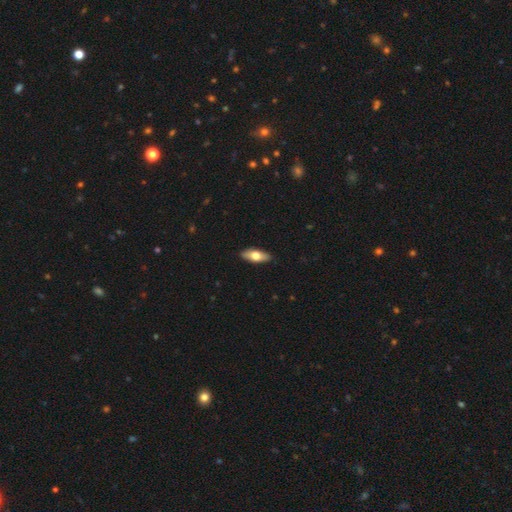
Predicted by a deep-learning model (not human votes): Smooth or featured?
  - smooth: 65% *
  - featured or disk: 29%
  - star or artifact: 5%
How rounded?
  - in between: 77% *
  - cigar-shaped: 20%
  - round: 3%
Merging?
  - none: 89% *
  - minor disturbance: 8%
  - major disturbance: 2%
  - merger: 1%